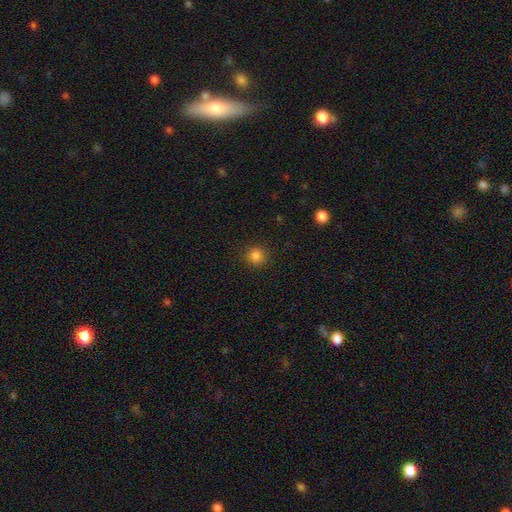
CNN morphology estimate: The model was most divided on "smooth or featured": smooth: 84%, star or artifact: 12%, featured or disk: 3%. More confident: how rounded — round (91%); merging — none (89%).